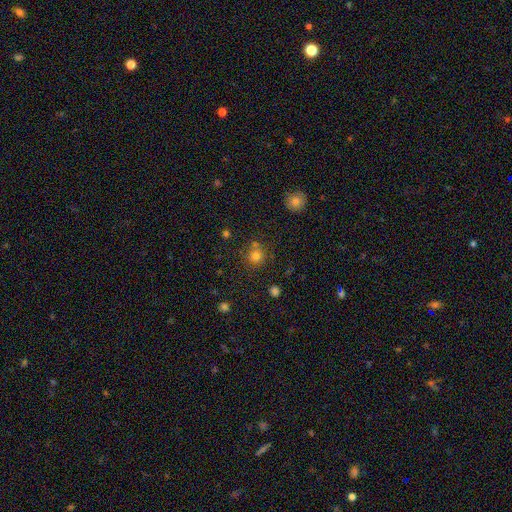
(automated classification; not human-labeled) Q: Smooth or featured?
A: smooth (76%); runner-up: star or artifact (17%)
Q: How rounded?
A: round (92%); runner-up: in between (7%)
Q: Merging?
A: none (75%); runner-up: merger (12%)